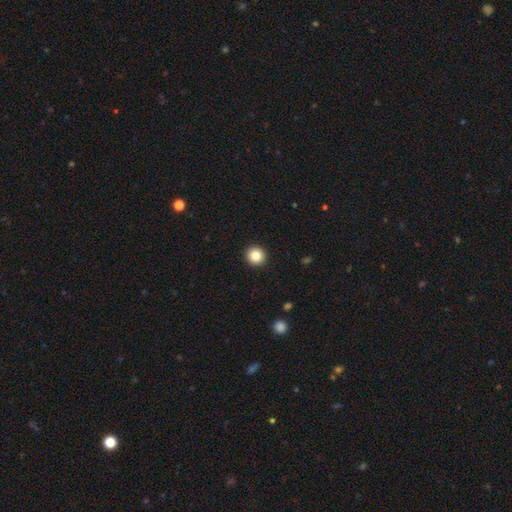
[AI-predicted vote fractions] Smooth or featured?
  - smooth: 84% *
  - star or artifact: 10%
  - featured or disk: 6%
How rounded?
  - round: 95% *
  - in between: 4%
  - cigar-shaped: 1%
Merging?
  - none: 94% *
  - minor disturbance: 4%
  - major disturbance: 1%
  - merger: 1%